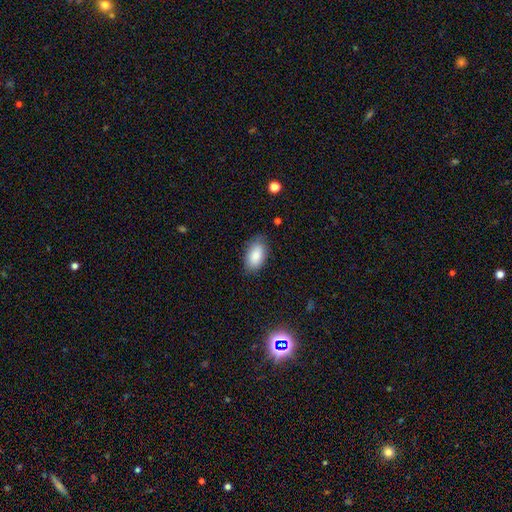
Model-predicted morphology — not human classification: A smooth galaxy with no disk features (85%) that is in between round and cigar-shaped (93%). Merging: none (77%).